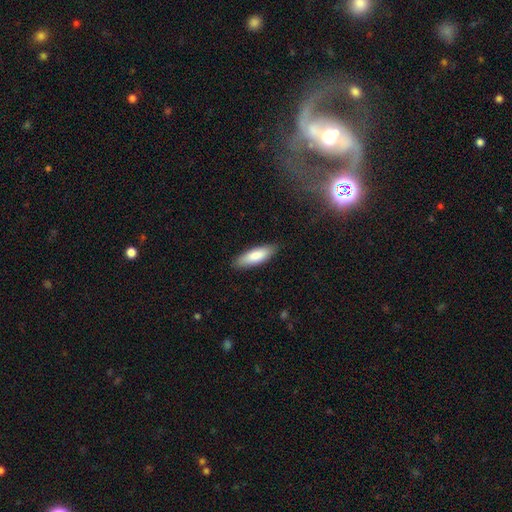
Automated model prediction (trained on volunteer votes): smooth 83%, featured or disk 11%, star or artifact 5%. Down the decision tree: how rounded — in between (52%); merging — none (87%).